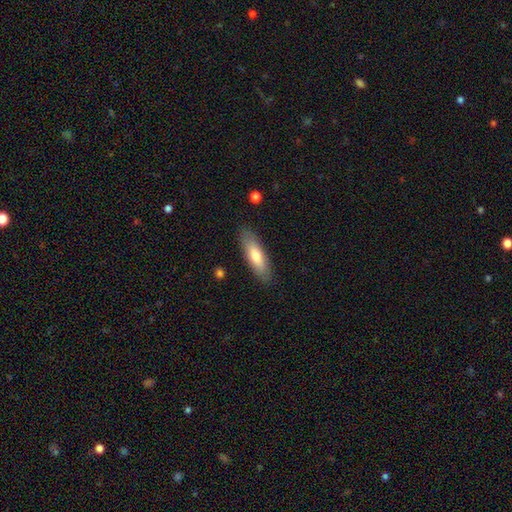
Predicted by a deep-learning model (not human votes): Smooth or featured? smooth (74%)
How rounded? cigar-shaped (52%)
Merging? none (87%)